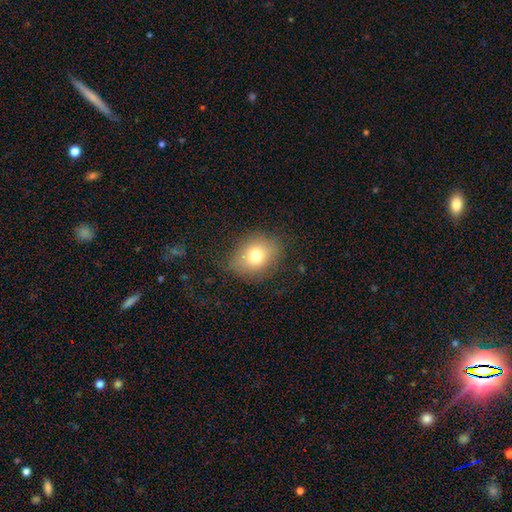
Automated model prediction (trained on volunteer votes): This appears to be a smooth galaxy with no disk features (76%) that is in between round and cigar-shaped (57%). Merging: none (77%).